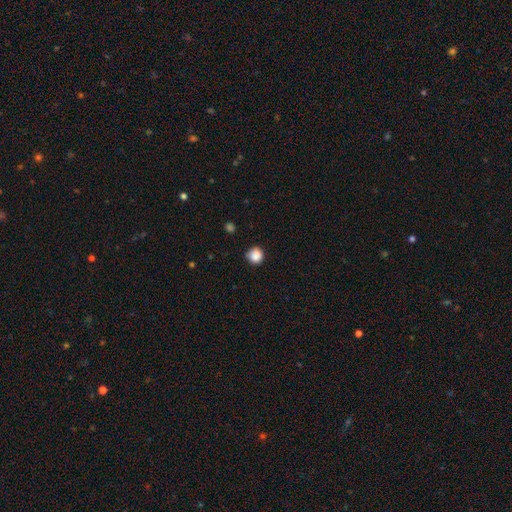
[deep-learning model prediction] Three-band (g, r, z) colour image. It shows a smooth galaxy with no disk features (87%) that is round (93%). Merging: none (83%).